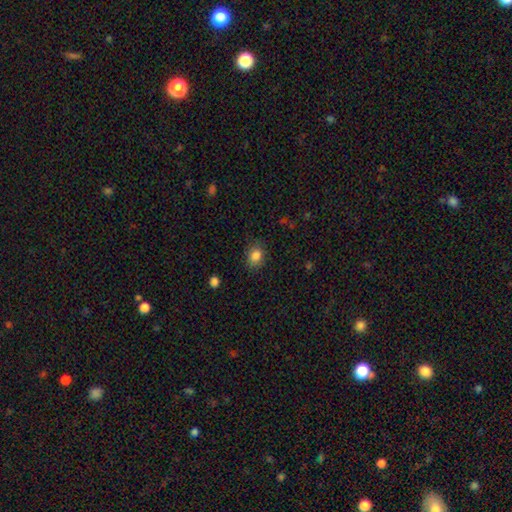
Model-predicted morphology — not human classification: smooth_or_featured: smooth (p=0.85) [alt: star or artifact p=0.10]
how_rounded: in between (p=0.58) [alt: round p=0.41]
merging: none (p=0.82) [alt: minor disturbance p=0.13]